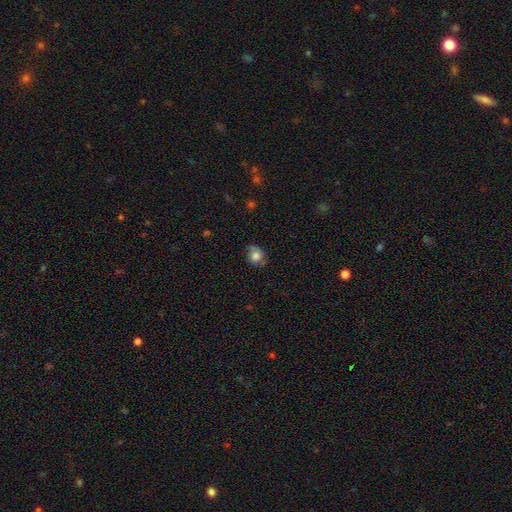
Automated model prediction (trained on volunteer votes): A smooth galaxy with no disk features (74%) that is round (75%).

Vote fractions:
- Smooth or featured? smooth: 74% / featured or disk: 16% / star or artifact: 10%
- How rounded? round: 75% / in between: 24% / cigar-shaped: 1%
- Merging? none: 56% / minor disturbance: 30% / major disturbance: 10% / merger: 3%